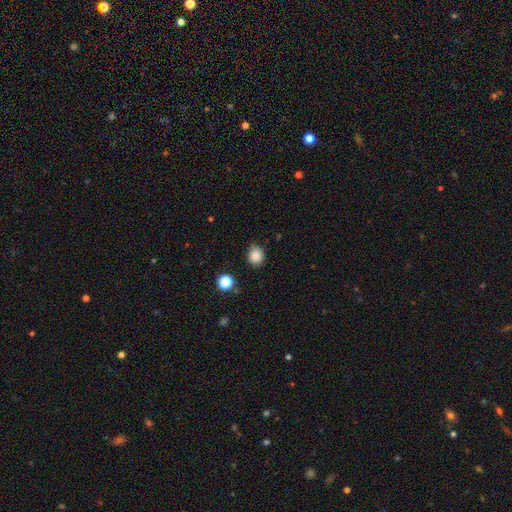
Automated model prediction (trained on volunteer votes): Q: Smooth or featured?
A: smooth (85%); runner-up: star or artifact (11%)
Q: How rounded?
A: round (75%); runner-up: in between (24%)
Q: Merging?
A: none (79%); runner-up: minor disturbance (16%)